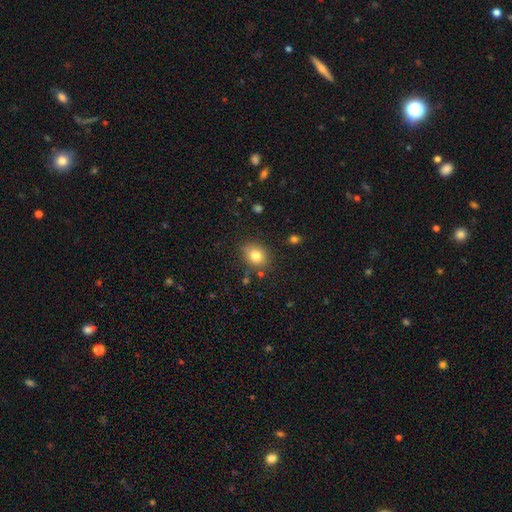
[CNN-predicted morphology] The model was most divided on "how rounded": round: 60%, in between: 39%, cigar-shaped: 1%. More confident: merging — none (81%); smooth or featured — smooth (80%).